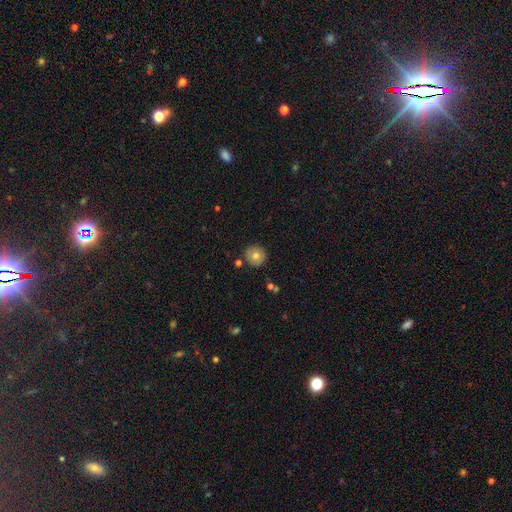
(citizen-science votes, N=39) This is likely a smooth galaxy (67%). How rounded: clearly round (96%). Merging: clearly none (94%).